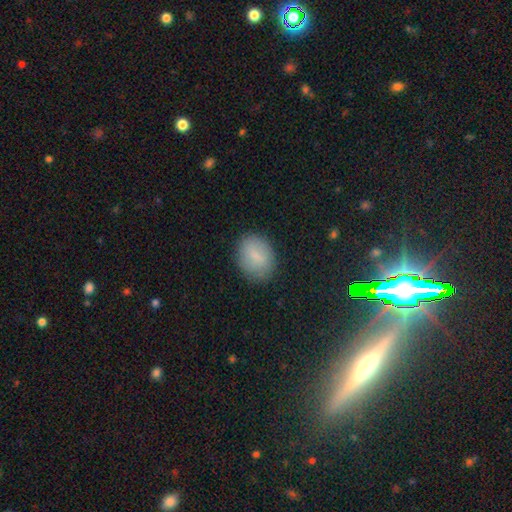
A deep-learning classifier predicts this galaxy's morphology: smooth-or-featured: smooth: 78% | featured or disk: 14% | star or artifact: 9%
  how-rounded: in between: 65% | round: 34% | cigar-shaped: 1%
  merging: none: 83% | minor disturbance: 13% | major disturbance: 4% | merger: 1%